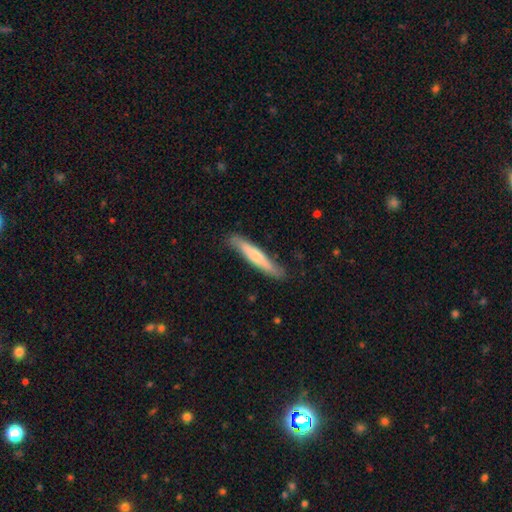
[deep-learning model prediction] This appears to be a smooth galaxy with no disk features (63%) that is cigar-shaped (93%). Merging: none (82%).